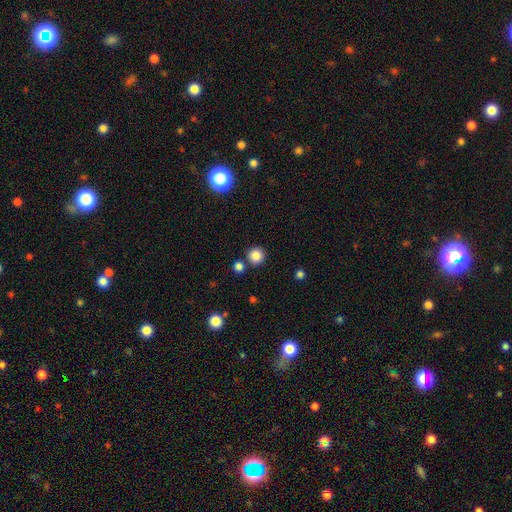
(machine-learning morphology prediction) Q: Smooth or featured?
A: smooth (85%); runner-up: star or artifact (11%)
Q: How rounded?
A: round (95%); runner-up: in between (5%)
Q: Merging?
A: none (83%); runner-up: merger (8%)